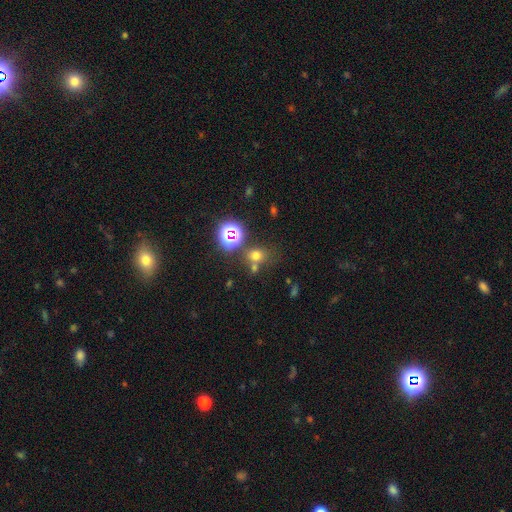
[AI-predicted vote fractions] Smooth or featured? smooth (62%)
How rounded? round (69%)
Merging? none (61%)